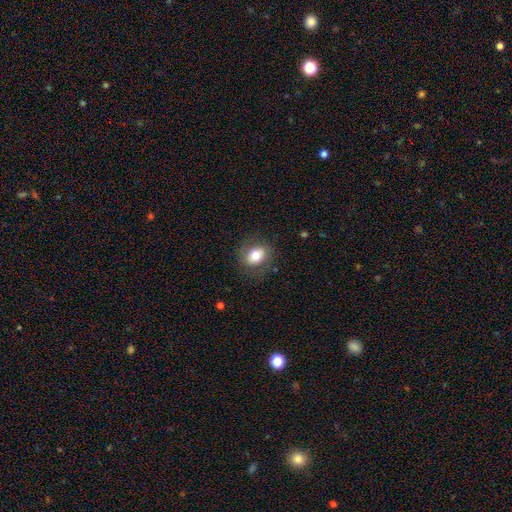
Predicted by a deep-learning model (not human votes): smooth 73%, featured or disk 19%, star or artifact 8%. Down the decision tree: how rounded — in between (55%); merging — none (79%).